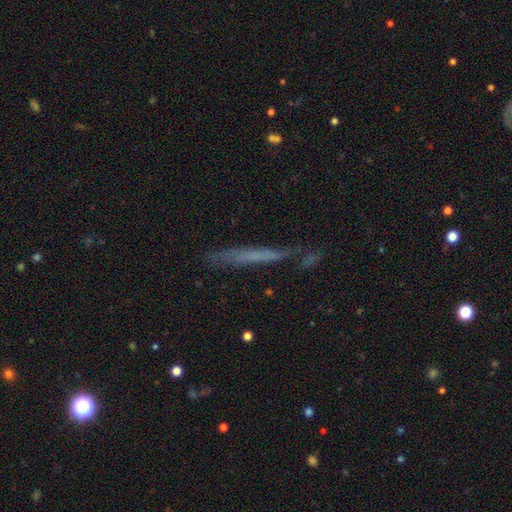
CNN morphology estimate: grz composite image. It shows a featured or disk galaxy (45%, tied with smooth). Merging: none (75%).